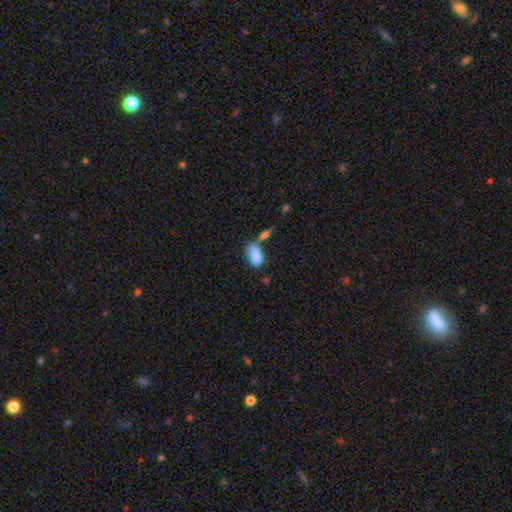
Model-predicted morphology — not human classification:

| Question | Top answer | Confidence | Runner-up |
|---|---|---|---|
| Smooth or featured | smooth | 85% | star or artifact (8%) |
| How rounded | in between | 92% | round (4%) |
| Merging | none | 40% | merger (33%) |